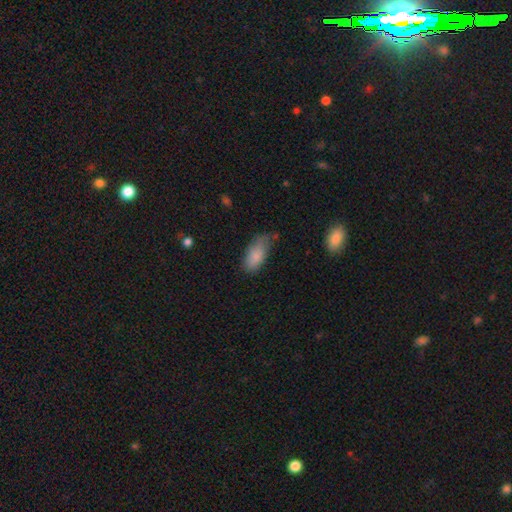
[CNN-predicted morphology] The model was most divided on "merging": none: 46%, minor disturbance: 39%, major disturbance: 12%, merger: 3%. More confident: how rounded — in between (89%); smooth or featured — smooth (83%).